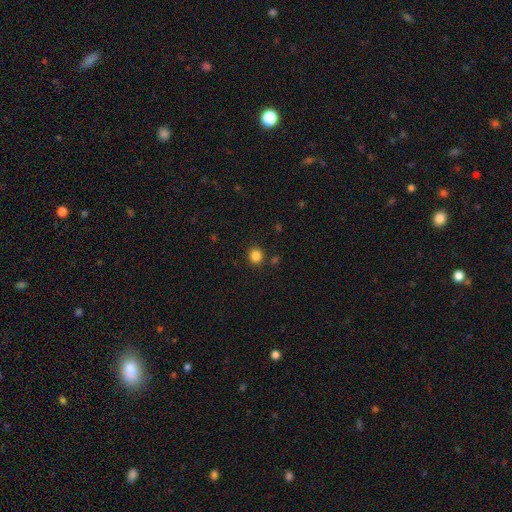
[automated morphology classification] A smooth galaxy with no disk features (85%) that is round (86%). Merging: none (87%).